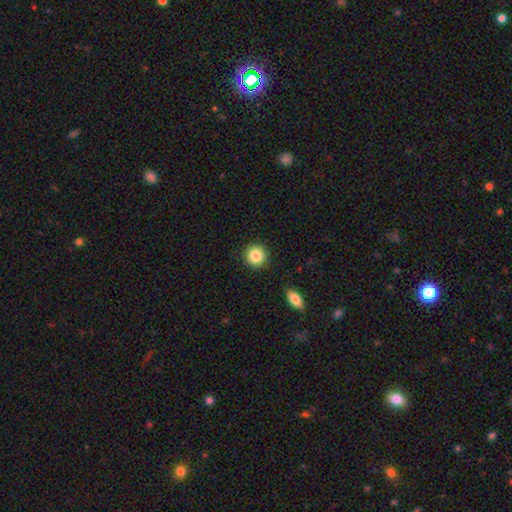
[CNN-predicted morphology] Overall: smooth (87%). How rounded: round (93%). Merging: none (90%).